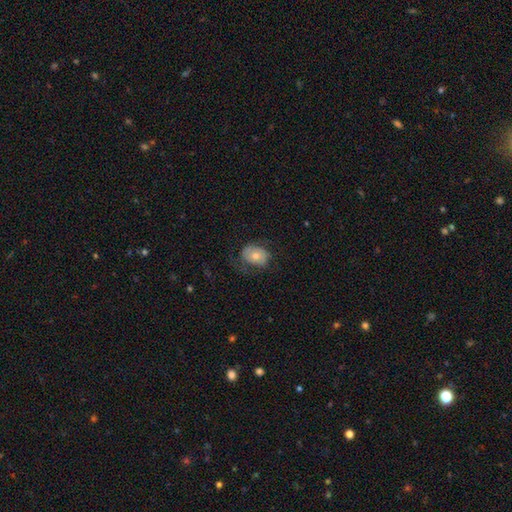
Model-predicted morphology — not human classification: Smooth or featured? smooth (58%)
How rounded? in between (66%)
Merging? none (58%)